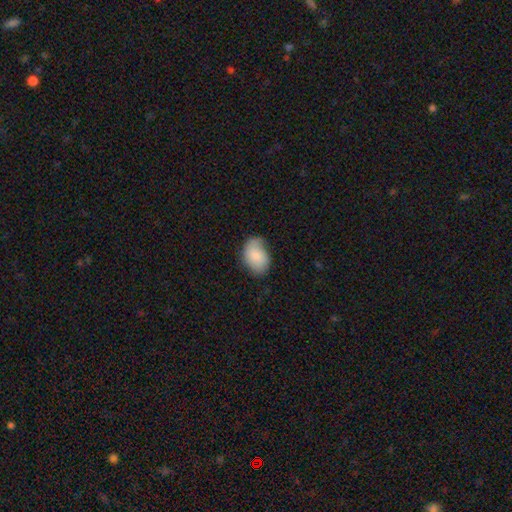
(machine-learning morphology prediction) A smooth galaxy with no disk features (80%) that is in between round and cigar-shaped (84%).

Vote fractions:
- Smooth or featured? smooth: 80% / featured or disk: 13% / star or artifact: 7%
- How rounded? in between: 84% / round: 15% / cigar-shaped: 1%
- Merging? none: 58% / minor disturbance: 33% / major disturbance: 8% / merger: 2%